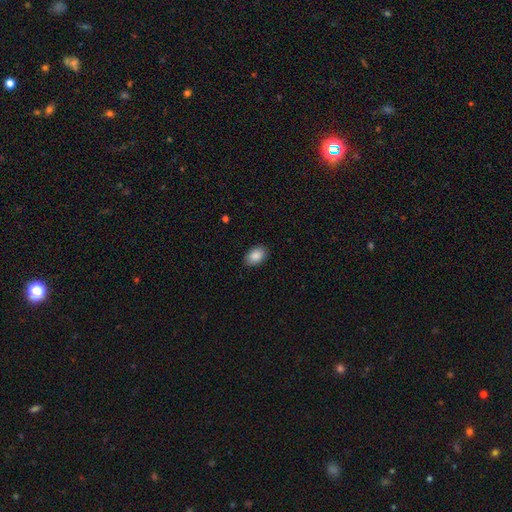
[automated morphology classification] type=smooth (88%); roundness=in between (90%); merging=none (88%).